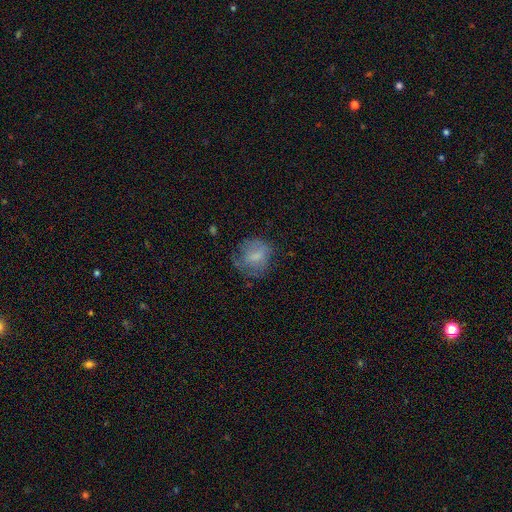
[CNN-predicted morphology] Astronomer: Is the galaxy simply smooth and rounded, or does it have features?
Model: smooth — 61%.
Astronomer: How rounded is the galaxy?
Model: round — 73%.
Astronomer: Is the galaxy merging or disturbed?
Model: none — 54%.